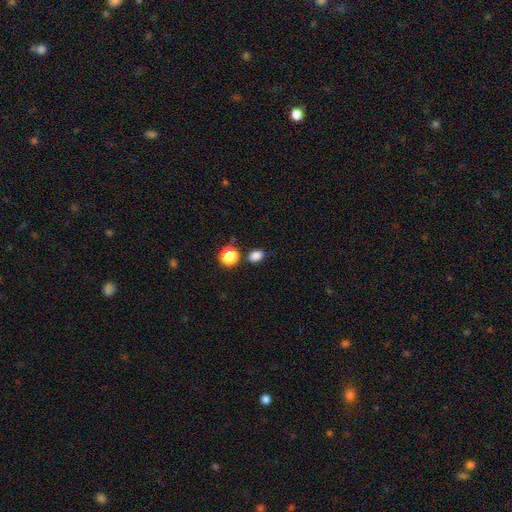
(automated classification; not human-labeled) A smooth galaxy with no disk features (82%) that is in between round and cigar-shaped (70%). Merging: none (77%).